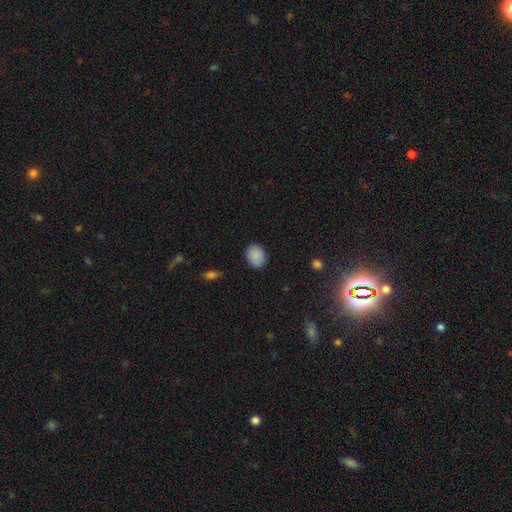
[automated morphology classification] This appears to be a smooth galaxy with no disk features (89%) that is in between round and cigar-shaped (58%). Merging: none (85%).